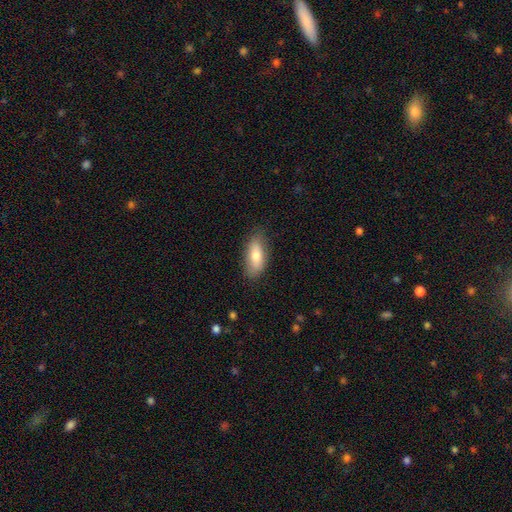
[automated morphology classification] A smooth galaxy with no disk features (74%) that is in between round and cigar-shaped (82%). Merging: none (80%).